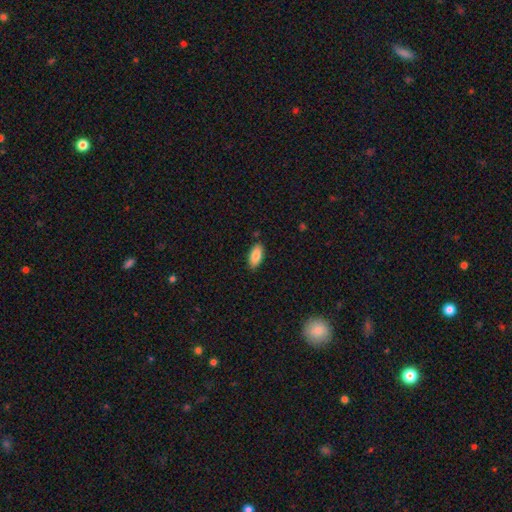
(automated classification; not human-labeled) Smooth or featured?
  - smooth: 85% *
  - featured or disk: 8%
  - star or artifact: 6%
How rounded?
  - in between: 89% *
  - cigar-shaped: 9%
  - round: 2%
Merging?
  - none: 87% *
  - minor disturbance: 10%
  - major disturbance: 2%
  - merger: 1%